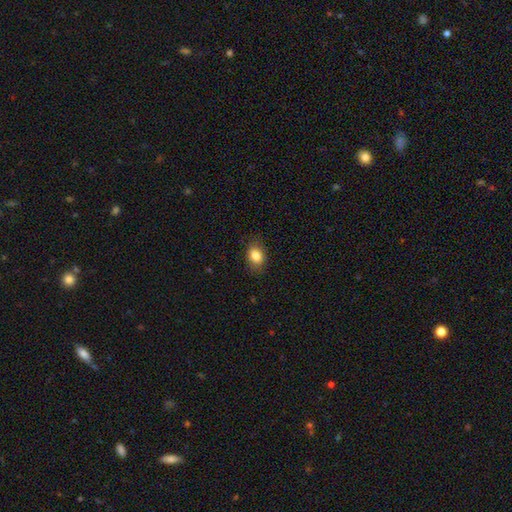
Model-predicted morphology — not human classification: Smooth or featured? Predicted: smooth (p=0.84). How rounded? Predicted: in between (p=0.72). Merging? Predicted: none (p=0.81).